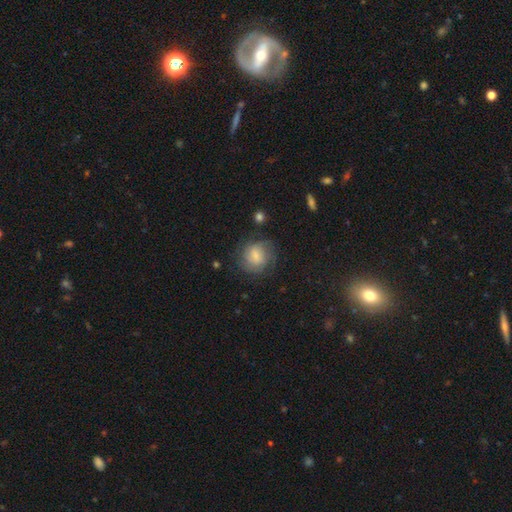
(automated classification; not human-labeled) A smooth galaxy with no disk features (55%) that is round (78%).

Vote fractions:
- Smooth or featured? smooth: 55% / featured or disk: 36% / star or artifact: 9%
- How rounded? round: 78% / in between: 21% / cigar-shaped: 1%
- Merging? none: 66% / minor disturbance: 19% / major disturbance: 12% / merger: 2%